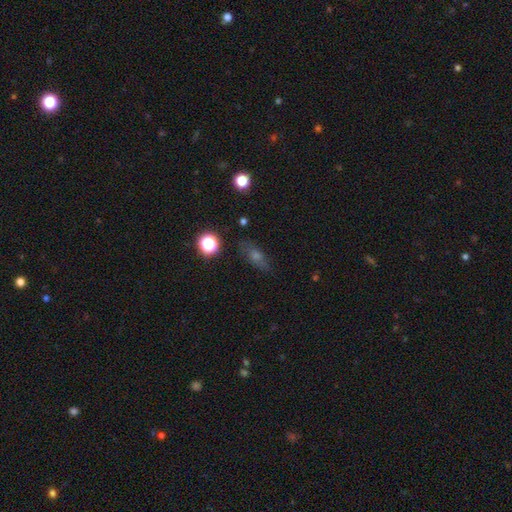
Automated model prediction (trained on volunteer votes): smooth 48%, featured or disk 29%, star or artifact 23%. Down the decision tree: merging — none (81%).